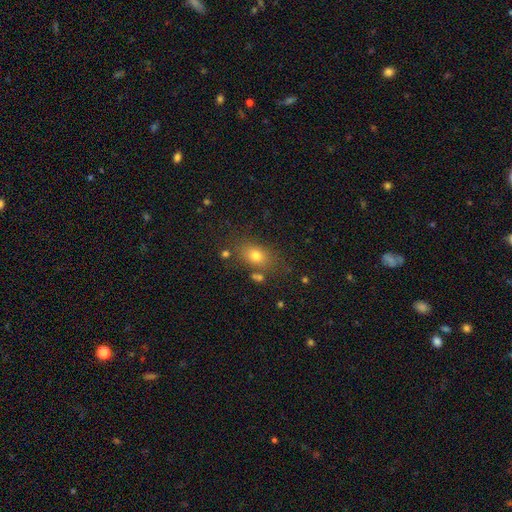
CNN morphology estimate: This appears to be a smooth galaxy with no disk features (75%) that is in between round and cigar-shaped (74%). Merging: none (74%).